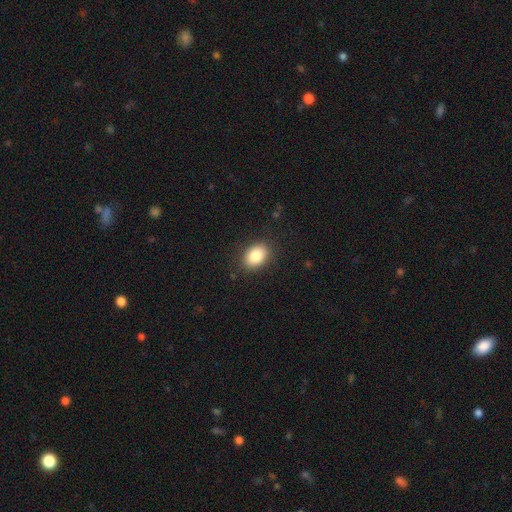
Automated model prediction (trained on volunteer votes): Morphology: type=smooth (86%); roundness=in between (78%); merging=none (87%).